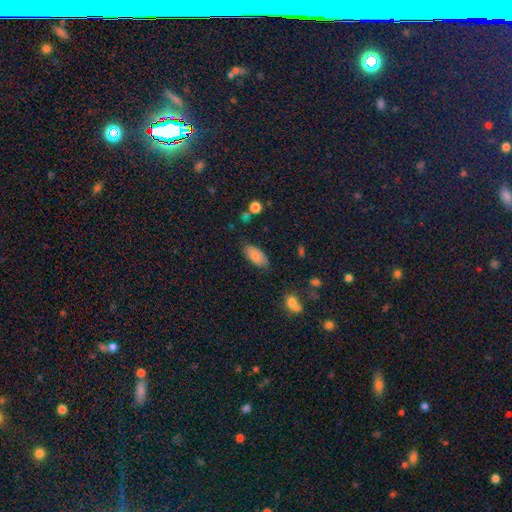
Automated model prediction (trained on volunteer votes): This appears to be a smooth galaxy with no disk features (82%) that is in between round and cigar-shaped (93%). Merging: none (78%).